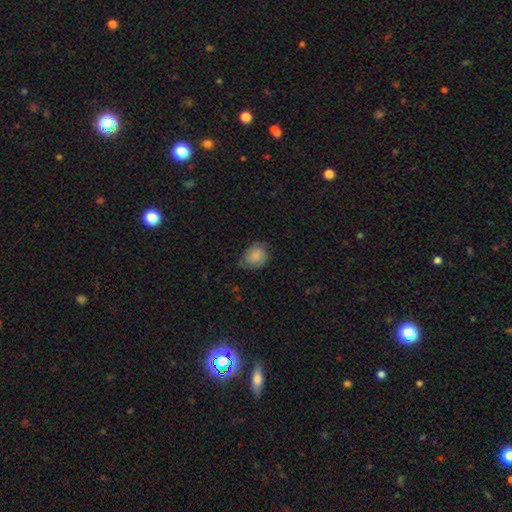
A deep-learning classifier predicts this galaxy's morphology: smooth-or-featured: smooth: 77% | featured or disk: 15% | star or artifact: 8%
  how-rounded: round: 61% | in between: 38% | cigar-shaped: 1%
  merging: none: 62% | minor disturbance: 29% | major disturbance: 7% | merger: 1%